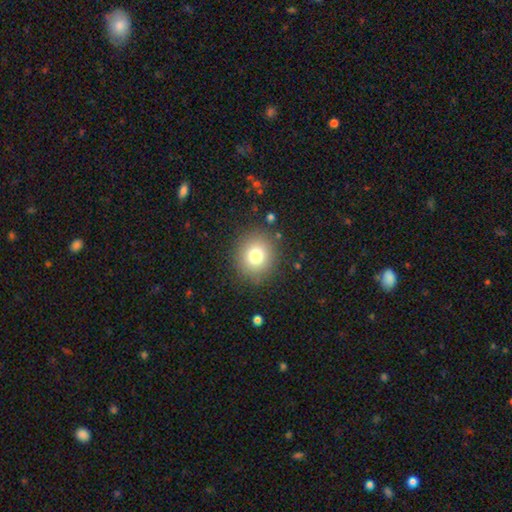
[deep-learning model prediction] Q: Smooth or featured?
A: smooth (78%); runner-up: star or artifact (13%)
Q: How rounded?
A: round (85%); runner-up: in between (14%)
Q: Merging?
A: none (87%); runner-up: minor disturbance (8%)